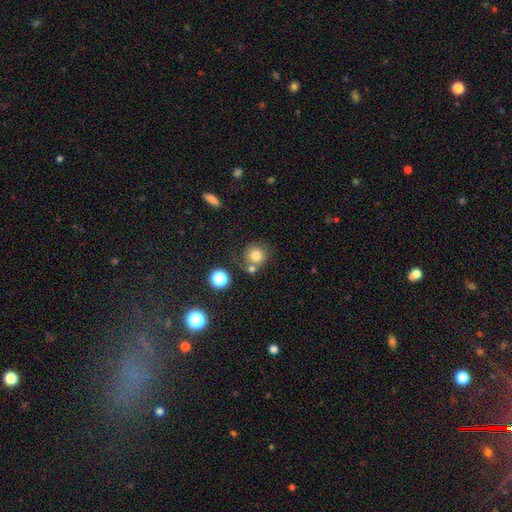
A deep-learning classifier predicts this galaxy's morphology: smooth-or-featured: smooth: 78% | star or artifact: 13% | featured or disk: 9%
  how-rounded: round: 88% | in between: 11% | cigar-shaped: 1%
  merging: none: 59% | merger: 23% | minor disturbance: 12% | major disturbance: 5%